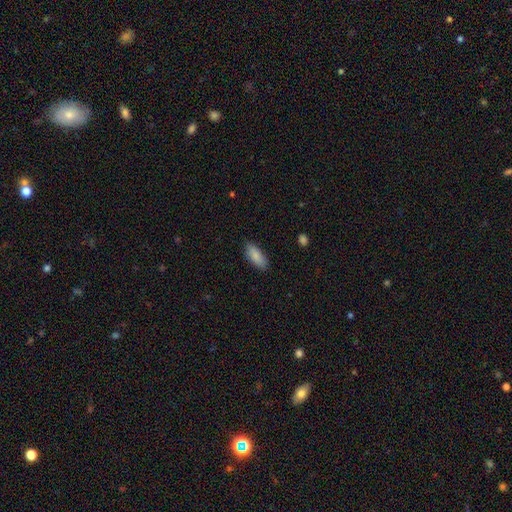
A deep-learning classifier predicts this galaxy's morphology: Smooth or featured?
  - smooth: 86% *
  - featured or disk: 8%
  - star or artifact: 6%
How rounded?
  - in between: 78% *
  - cigar-shaped: 20%
  - round: 2%
Merging?
  - none: 86% *
  - minor disturbance: 11%
  - major disturbance: 2%
  - merger: 1%